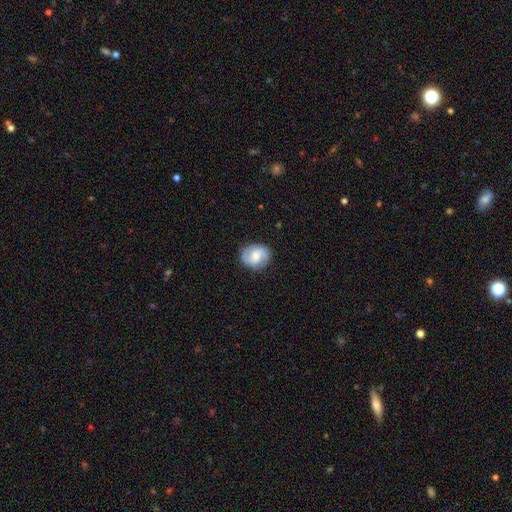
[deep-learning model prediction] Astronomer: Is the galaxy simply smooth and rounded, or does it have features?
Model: featured or disk — 50% (runner-up: smooth, 42%).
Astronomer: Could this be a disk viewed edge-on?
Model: no — 98%.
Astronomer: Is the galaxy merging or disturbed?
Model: none — 83%.